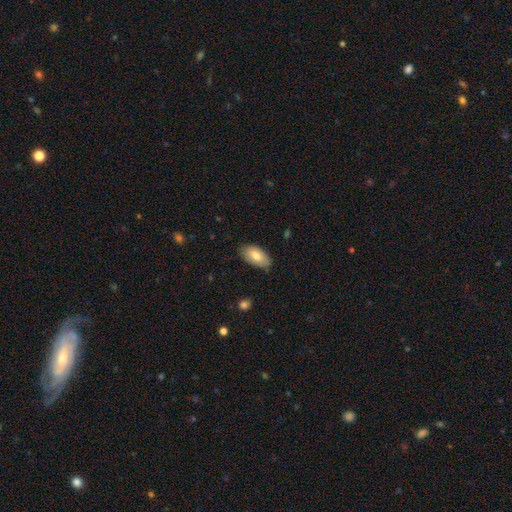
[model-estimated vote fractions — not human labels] This appears to be a smooth galaxy with no disk features (77%) that is in between round and cigar-shaped (94%). Merging: none (80%).